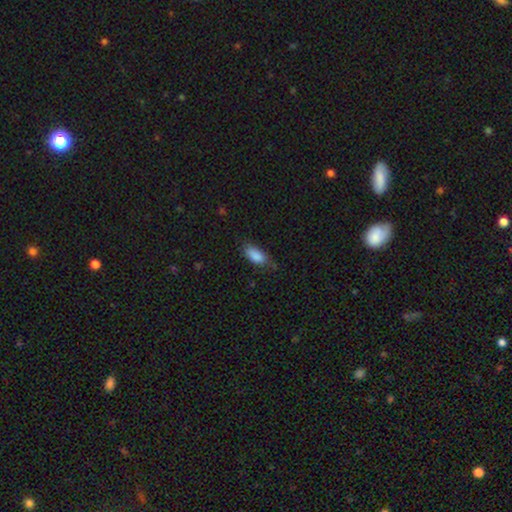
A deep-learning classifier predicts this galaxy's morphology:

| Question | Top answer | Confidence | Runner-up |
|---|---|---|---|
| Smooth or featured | smooth | 87% | star or artifact (8%) |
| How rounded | in between | 87% | cigar-shaped (11%) |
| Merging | none | 66% | minor disturbance (27%) |